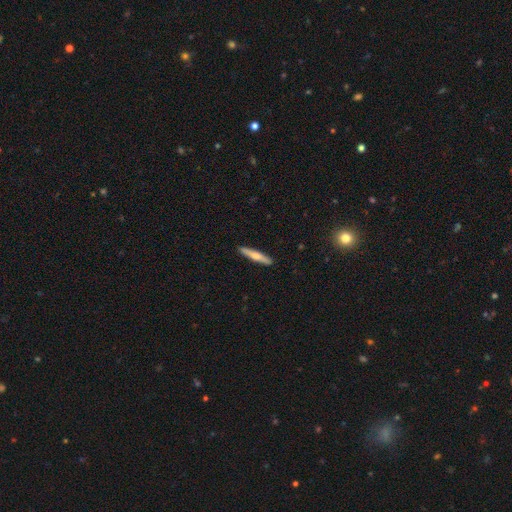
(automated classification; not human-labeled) A smooth galaxy with no disk features (57%) that is cigar-shaped (92%). Merging: none (91%).